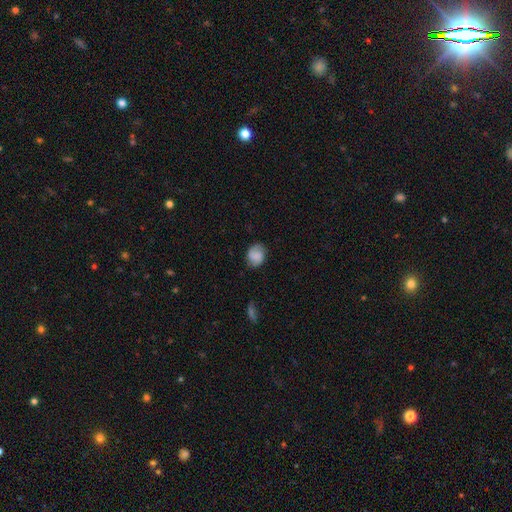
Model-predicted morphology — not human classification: Smooth or featured: smooth — 70% (featured or disk — 21%)
How rounded: round — 56% (in between — 43%)
Merging: none — 74% (minor disturbance — 19%)